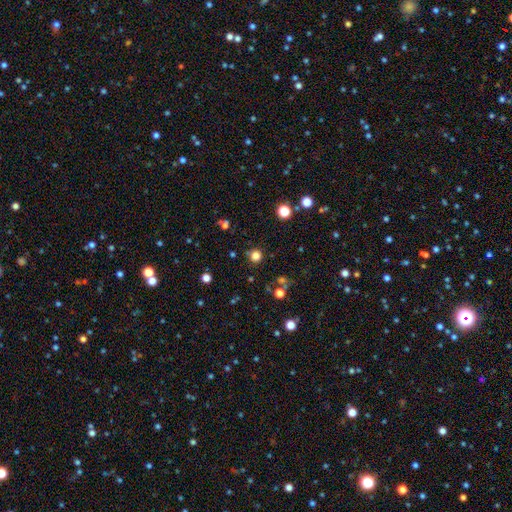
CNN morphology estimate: Smooth or featured? smooth (78%)
How rounded? round (94%)
Merging? none (85%)